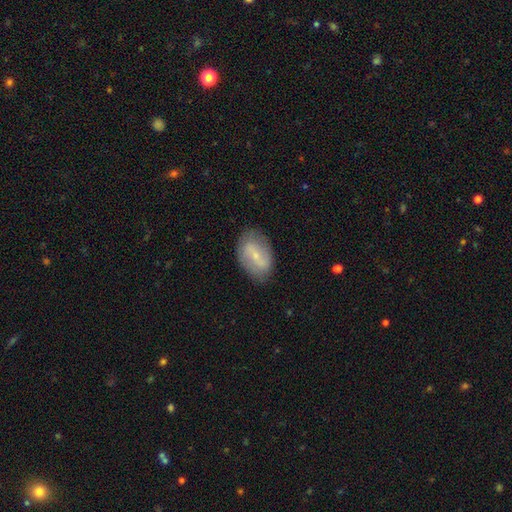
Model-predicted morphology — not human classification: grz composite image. It shows a featured or disk galaxy (58%) with a weak bar (43%), spiral arms (71%) and a small central bulge (71%). Merging: none (79%).